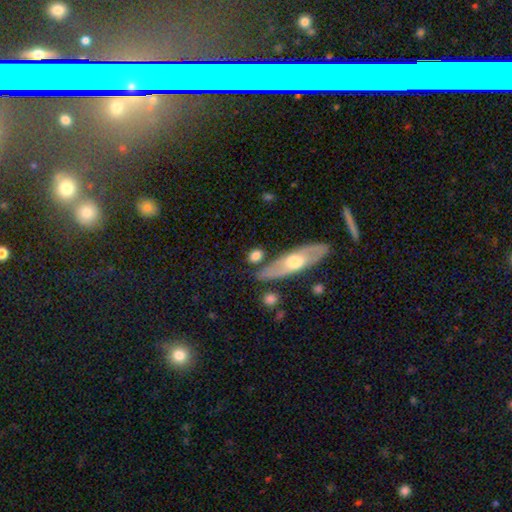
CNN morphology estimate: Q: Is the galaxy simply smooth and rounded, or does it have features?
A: smooth — 70%.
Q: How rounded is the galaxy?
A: in between — 43%.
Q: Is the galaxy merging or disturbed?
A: none — 73%.